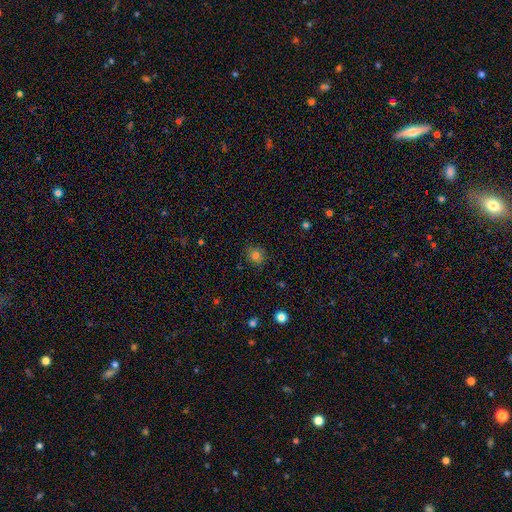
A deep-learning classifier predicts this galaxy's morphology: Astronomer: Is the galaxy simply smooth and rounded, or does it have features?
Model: smooth — 79%.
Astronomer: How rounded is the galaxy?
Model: round — 86%.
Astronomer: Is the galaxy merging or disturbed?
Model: none — 86%.